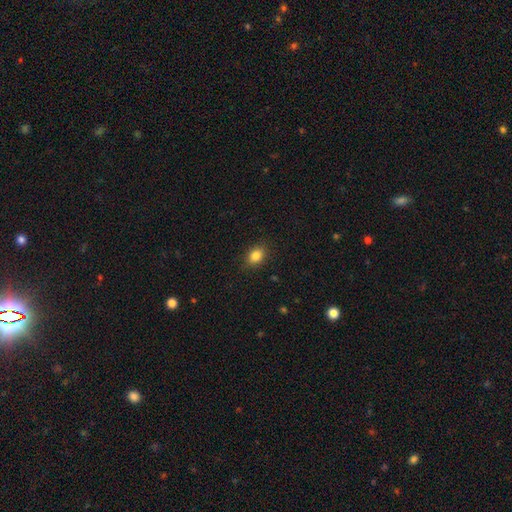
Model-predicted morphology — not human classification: Q: Smooth or featured?
A: smooth (84%); runner-up: star or artifact (10%)
Q: How rounded?
A: in between (65%); runner-up: round (34%)
Q: Merging?
A: none (86%); runner-up: minor disturbance (10%)